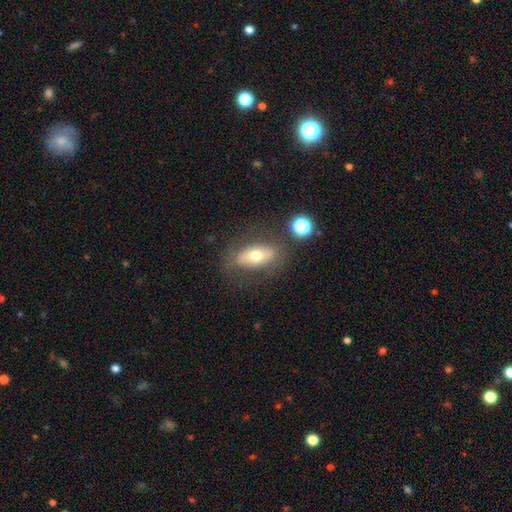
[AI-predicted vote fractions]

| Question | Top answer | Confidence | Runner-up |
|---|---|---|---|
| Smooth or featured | smooth | 52% | featured or disk (38%) |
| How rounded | in between | 82% | cigar-shaped (10%) |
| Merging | none | 72% | minor disturbance (15%) |